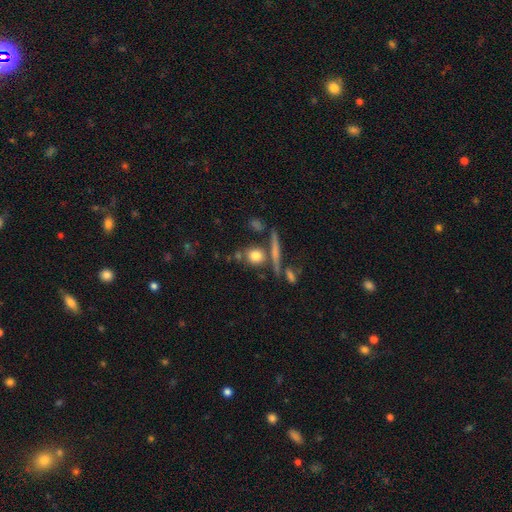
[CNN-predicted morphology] Smooth or featured? Predicted: smooth (p=0.74). How rounded? Predicted: round (p=0.78). Merging? Predicted: none (p=0.67).